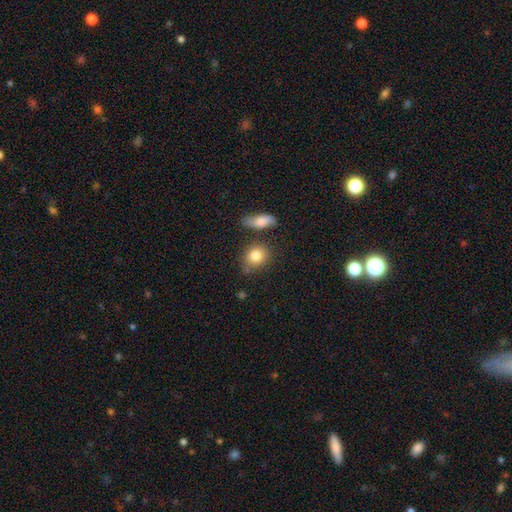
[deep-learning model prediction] A smooth galaxy with no disk features (83%) that is round (55%).

Vote fractions:
- Smooth or featured? smooth: 83% / featured or disk: 9% / star or artifact: 8%
- How rounded? round: 55% / in between: 43% / cigar-shaped: 2%
- Merging? none: 70% / minor disturbance: 15% / merger: 11% / major disturbance: 4%